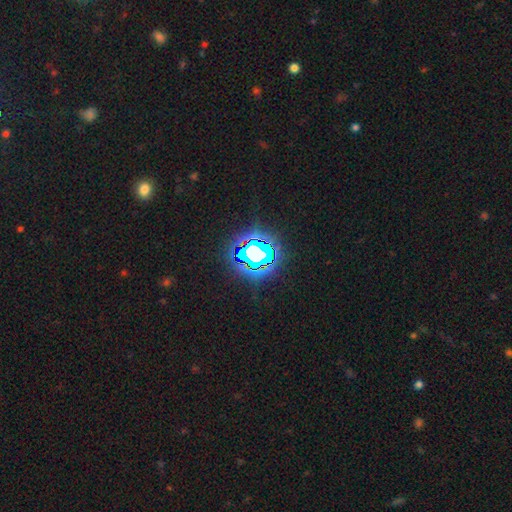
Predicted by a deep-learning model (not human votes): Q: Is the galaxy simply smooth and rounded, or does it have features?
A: star or artifact — 66%.